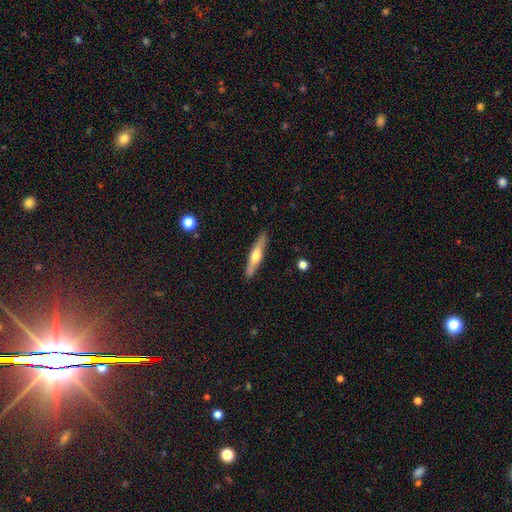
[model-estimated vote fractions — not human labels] Smooth or featured: featured or disk — 50% (smooth — 45%)
Edge-on disk: yes — 89% (no — 11%)
Merging: none — 86% (minor disturbance — 10%)